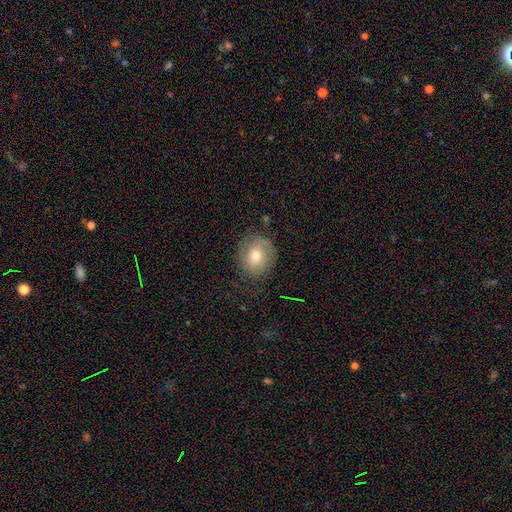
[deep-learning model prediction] A smooth galaxy with no disk features (59%) that is round (76%). Merging: none (70%).